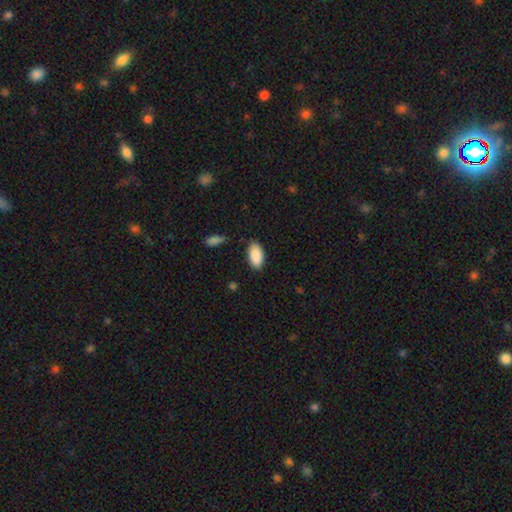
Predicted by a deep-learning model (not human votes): Overall: smooth (90%). How rounded: in between (94%). Merging: none (82%).